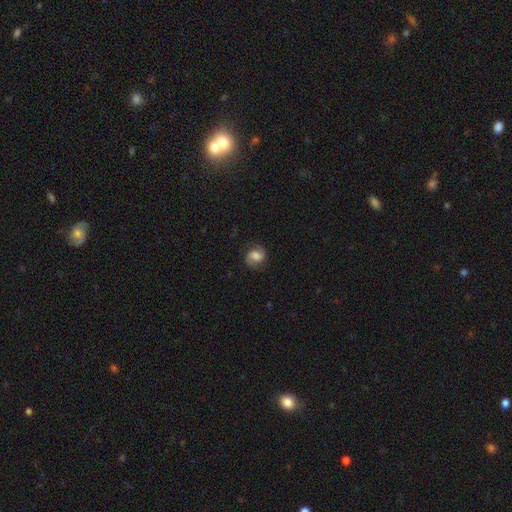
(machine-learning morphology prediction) featured or disk 51%, smooth 39%, star or artifact 10%. Down the decision tree: edge-on disk — no (97%); merging — none (77%).